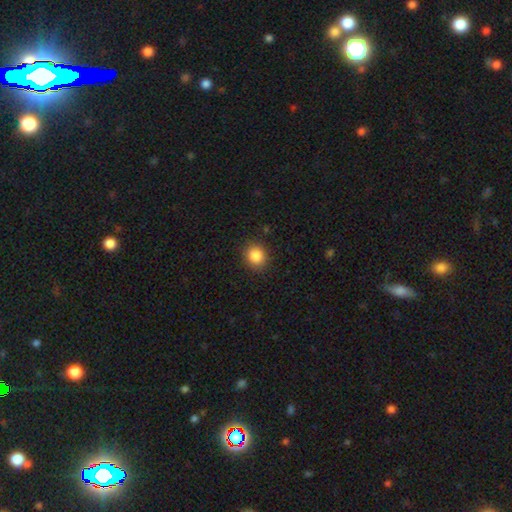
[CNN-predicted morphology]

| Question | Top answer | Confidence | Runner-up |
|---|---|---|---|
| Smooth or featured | smooth | 85% | star or artifact (10%) |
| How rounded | round | 78% | in between (21%) |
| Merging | none | 89% | minor disturbance (7%) |